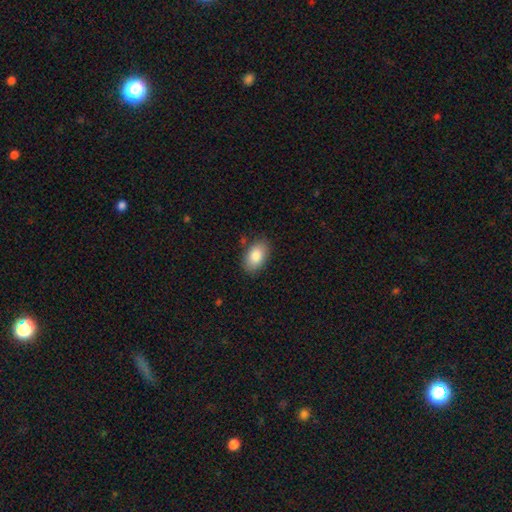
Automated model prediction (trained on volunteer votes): This is clearly a smooth galaxy (86%). How rounded: clearly in between (91%). Merging: clearly none (83%).